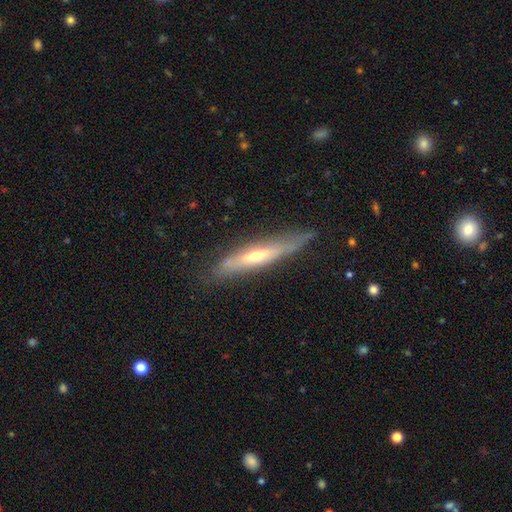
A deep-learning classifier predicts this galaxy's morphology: smooth_or_featured: featured or disk (p=0.63) [alt: smooth p=0.30]
disk_edge_on: yes (p=0.85) [alt: no p=0.15]
edge_on_bulge: rounded (p=0.76) [alt: none p=0.19]
merging: none (p=0.77) [alt: minor disturbance p=0.17]